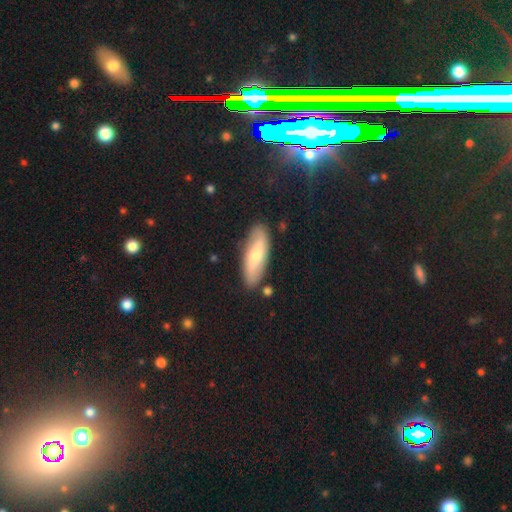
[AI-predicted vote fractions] Smooth or featured?
  - smooth: 52% *
  - featured or disk: 42%
  - star or artifact: 7%
How rounded?
  - in between: 58% *
  - cigar-shaped: 39%
  - round: 2%
Merging?
  - none: 83% *
  - minor disturbance: 12%
  - major disturbance: 3%
  - merger: 2%